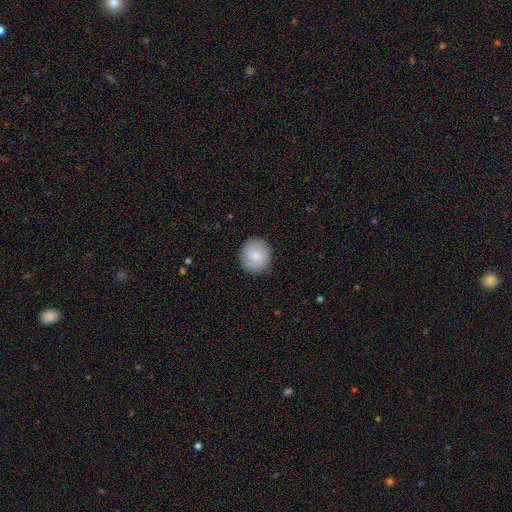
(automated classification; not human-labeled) Smooth or featured? Predicted: smooth (p=0.80). How rounded? Predicted: round (p=0.86). Merging? Predicted: none (p=0.88).